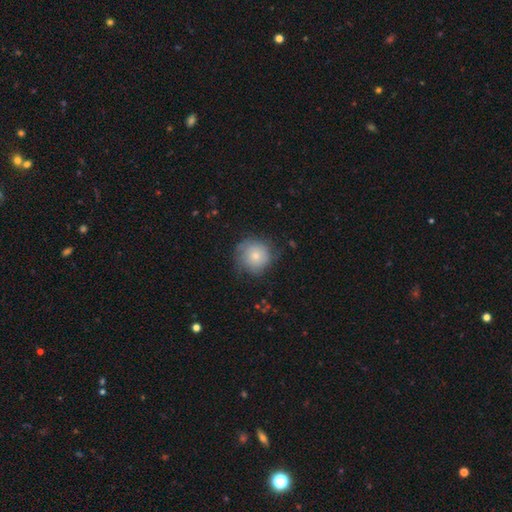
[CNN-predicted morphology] Smooth or featured: smooth — 69% (featured or disk — 22%)
How rounded: round — 92% (in between — 7%)
Merging: none — 69% (minor disturbance — 22%)